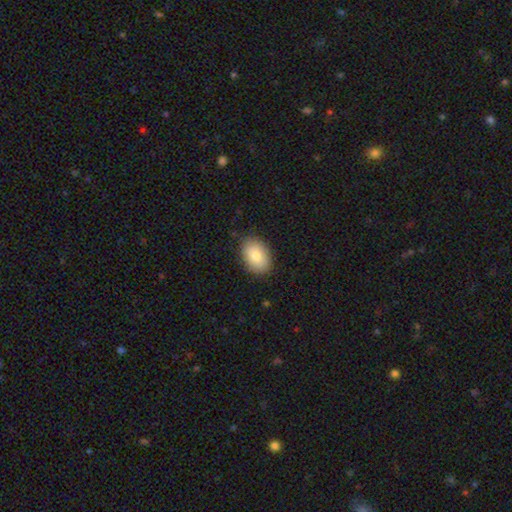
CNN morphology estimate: smooth 84%, featured or disk 9%, star or artifact 7%. Down the decision tree: how rounded — in between (86%); merging — none (85%).